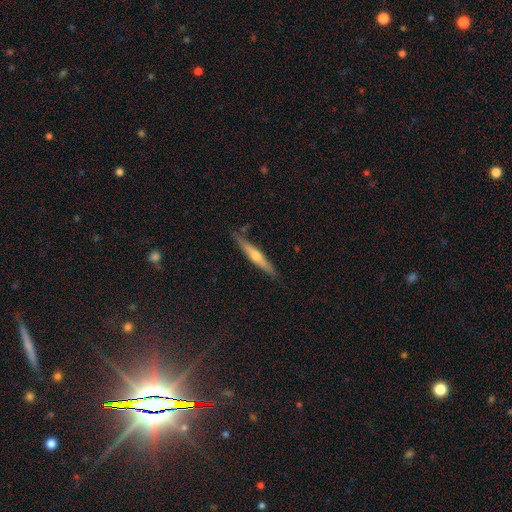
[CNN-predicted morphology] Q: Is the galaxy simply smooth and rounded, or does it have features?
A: featured or disk — 58%.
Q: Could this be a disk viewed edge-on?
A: yes — 95%.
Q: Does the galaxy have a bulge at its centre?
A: rounded — 84%.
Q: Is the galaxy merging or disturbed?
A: none — 82%.